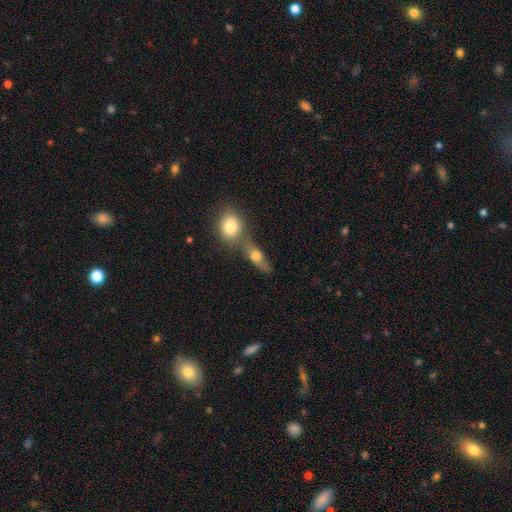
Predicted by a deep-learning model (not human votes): smooth 65%, featured or disk 26%, star or artifact 10%. Down the decision tree: how rounded — in between (53%); merging — none (43%).